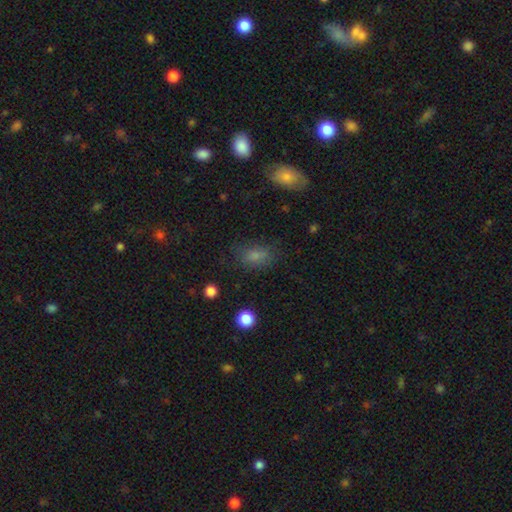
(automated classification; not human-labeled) Morphology: type=smooth (76%); roundness=in between (83%); merging=none (71%).